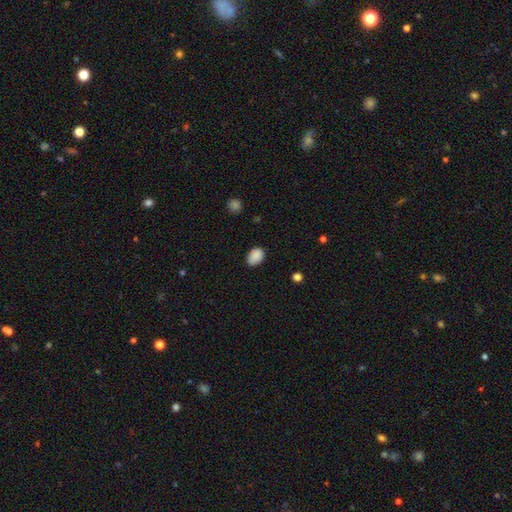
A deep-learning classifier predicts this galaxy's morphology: smooth 89%, star or artifact 8%, featured or disk 3%. Down the decision tree: how rounded — in between (80%); merging — none (80%).